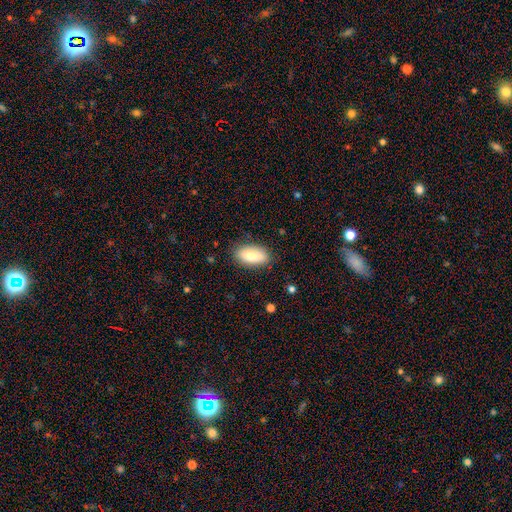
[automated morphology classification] Smooth or featured? Predicted: smooth (p=0.84). How rounded? Predicted: in between (p=0.90). Merging? Predicted: none (p=0.85).